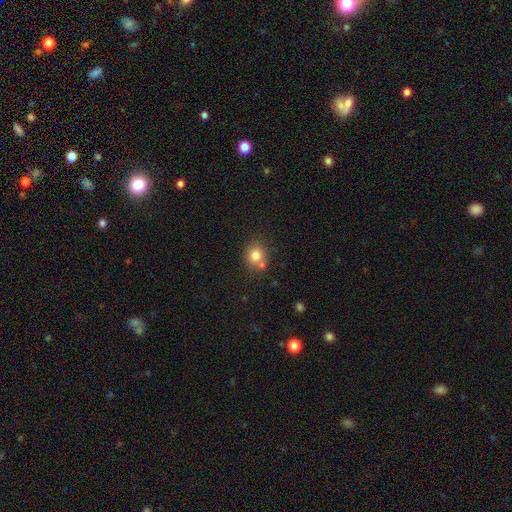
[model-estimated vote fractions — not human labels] Smooth or featured: smooth — 79% (star or artifact — 11%)
How rounded: round — 79% (in between — 20%)
Merging: none — 63% (merger — 22%)